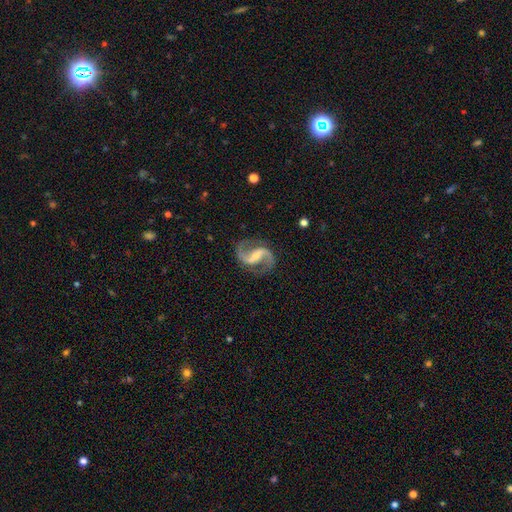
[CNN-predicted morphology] The model was most divided on "bar": weak: 46%, strong: 35%, no: 19%. Remaining: spiral arms — yes (98%); edge-on disk — no (98%); spiral arm count — 2 (94%); smooth or featured — featured or disk (93%); merging — none (83%); spiral winding — medium (54%); bulge size — small (46%).